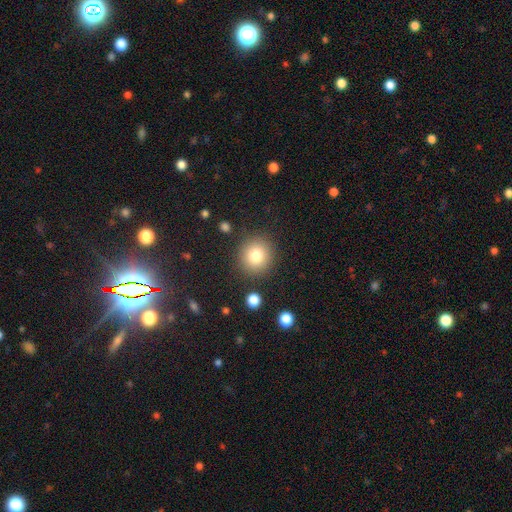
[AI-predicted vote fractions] smooth_or_featured: smooth (p=0.81) [alt: star or artifact p=0.11]
how_rounded: round (p=0.88) [alt: in between p=0.11]
merging: none (p=0.87) [alt: minor disturbance p=0.08]